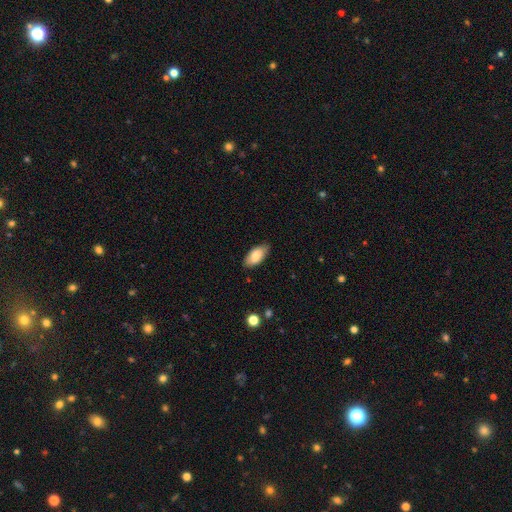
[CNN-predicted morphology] Q: Smooth or featured?
A: smooth (84%); runner-up: featured or disk (10%)
Q: How rounded?
A: in between (91%); runner-up: cigar-shaped (7%)
Q: Merging?
A: none (83%); runner-up: minor disturbance (13%)